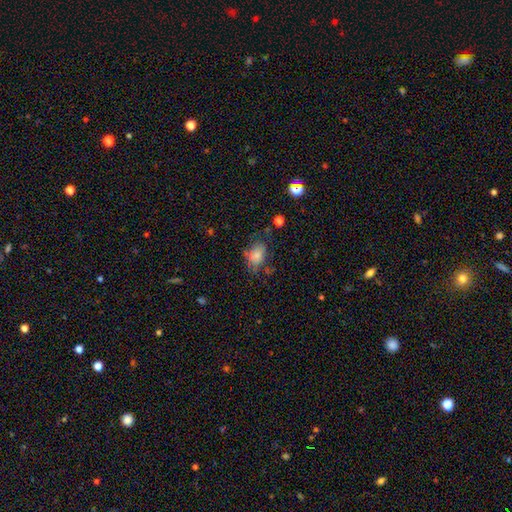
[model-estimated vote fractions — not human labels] This is likely a smooth galaxy (74%). How rounded: likely in between (75%). Merging: possibly none (52%).